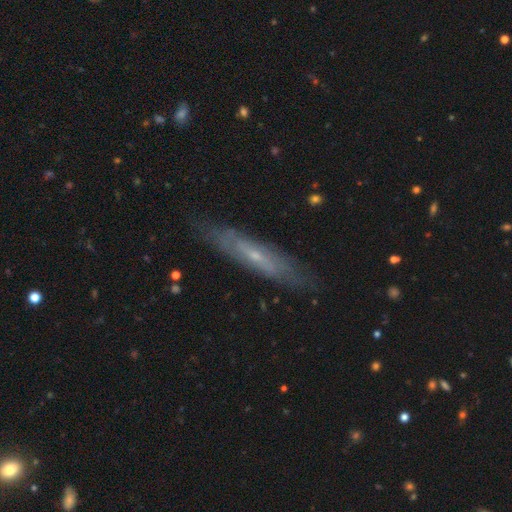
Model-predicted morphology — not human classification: smooth-or-featured: featured or disk: 62% | smooth: 31% | star or artifact: 7%
  disk-edge-on: yes: 56% | no: 44%
  merging: none: 81% | minor disturbance: 14% | major disturbance: 4% | merger: 1%